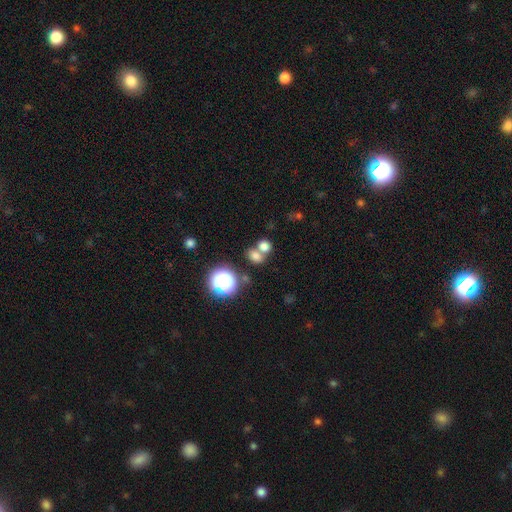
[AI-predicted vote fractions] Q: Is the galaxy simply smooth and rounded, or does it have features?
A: smooth — 73%.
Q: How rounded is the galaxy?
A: round — 51%.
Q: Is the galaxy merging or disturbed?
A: none — 47%.